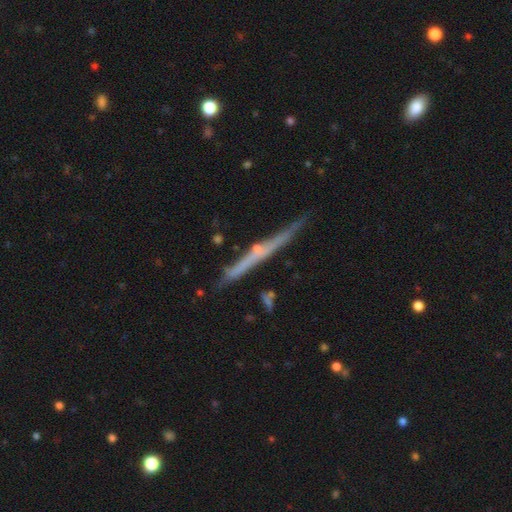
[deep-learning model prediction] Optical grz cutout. It shows a featured or disk galaxy (70%) viewed edge-on (96%) with no central bulge (54%). Merging: none (80%).